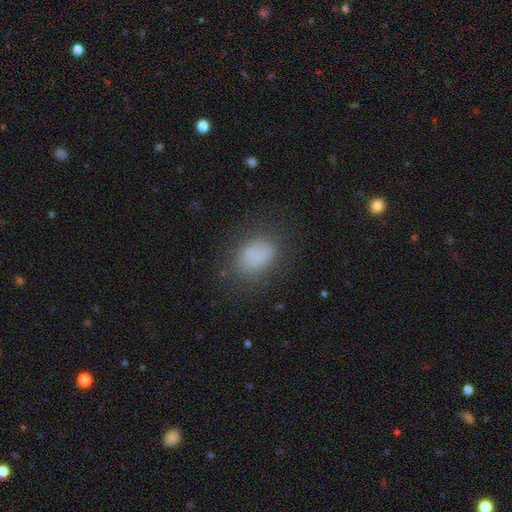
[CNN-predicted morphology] smooth 76%, star or artifact 12%, featured or disk 12%. Down the decision tree: how rounded — in between (76%); merging — none (70%).